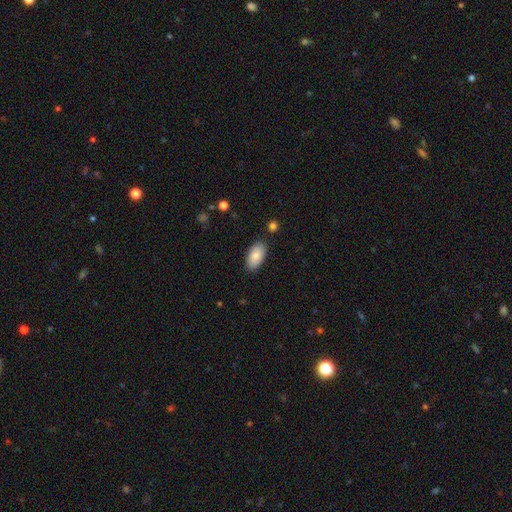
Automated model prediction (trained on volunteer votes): smooth_or_featured: smooth (p=0.84) [alt: featured or disk p=0.10]
how_rounded: in between (p=0.95) [alt: cigar-shaped p=0.03]
merging: none (p=0.85) [alt: minor disturbance p=0.11]